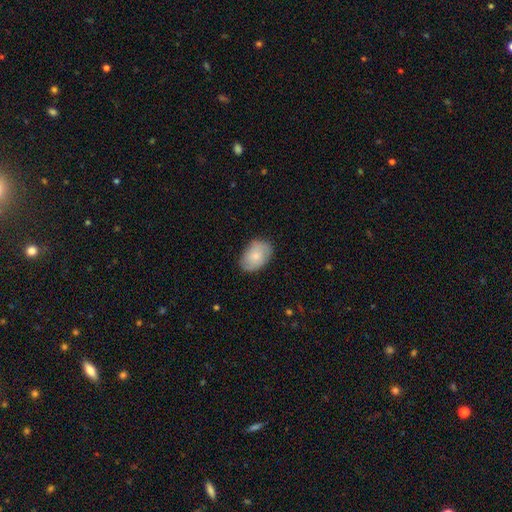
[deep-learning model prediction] Smooth or featured? smooth (74%)
How rounded? in between (86%)
Merging? none (79%)